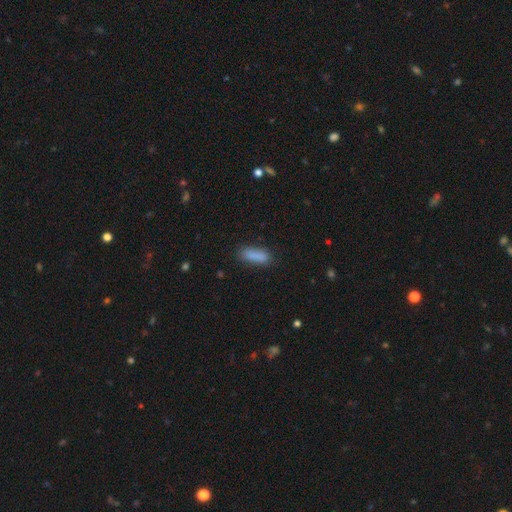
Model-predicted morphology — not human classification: type=smooth (86%); roundness=in between (63%); merging=none (76%).